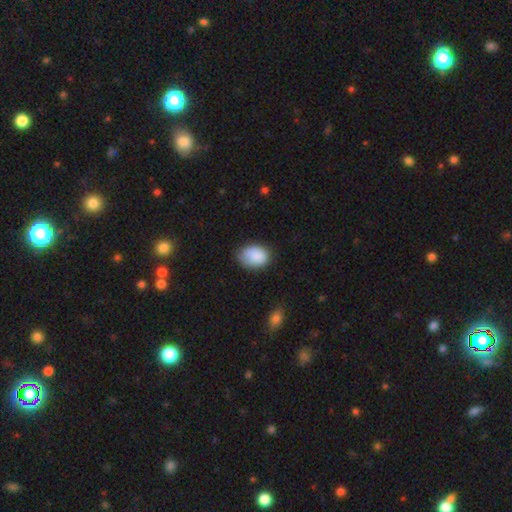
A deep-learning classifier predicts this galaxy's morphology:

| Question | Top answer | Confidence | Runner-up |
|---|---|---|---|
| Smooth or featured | smooth | 86% | star or artifact (7%) |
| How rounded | in between | 78% | round (21%) |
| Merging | none | 66% | minor disturbance (26%) |